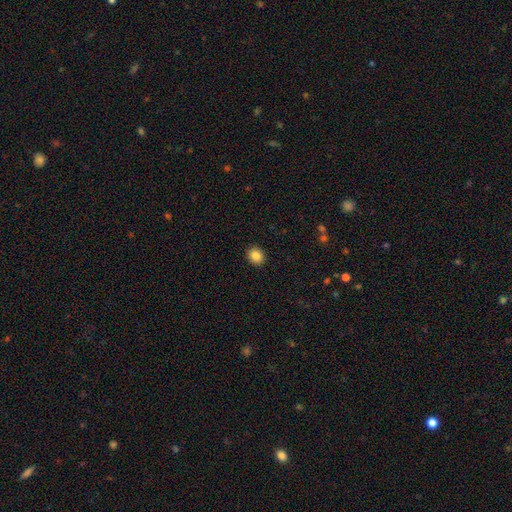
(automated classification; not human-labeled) Smooth or featured?
  - smooth: 86% *
  - star or artifact: 10%
  - featured or disk: 4%
How rounded?
  - round: 71% *
  - in between: 28%
  - cigar-shaped: 1%
Merging?
  - none: 92% *
  - minor disturbance: 6%
  - major disturbance: 2%
  - merger: 1%